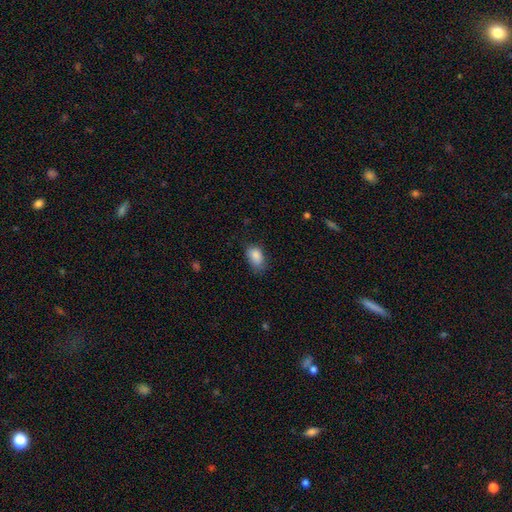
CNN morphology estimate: A smooth galaxy with no disk features (86%) that is in between round and cigar-shaped (87%). Merging: none (62%).